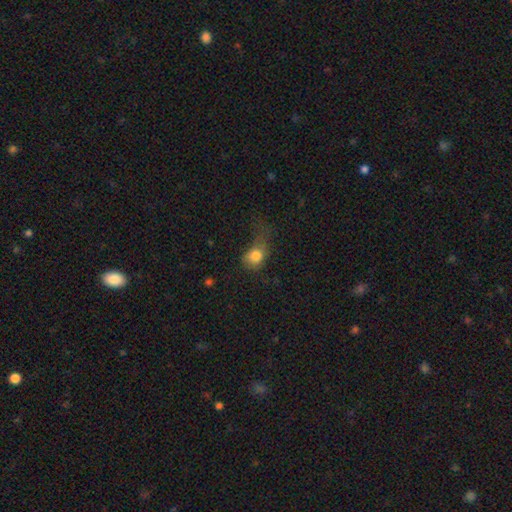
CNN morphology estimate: Q: Smooth or featured?
A: smooth (79%); runner-up: featured or disk (11%)
Q: How rounded?
A: in between (52%); runner-up: round (46%)
Q: Merging?
A: major disturbance (46%); runner-up: minor disturbance (28%)